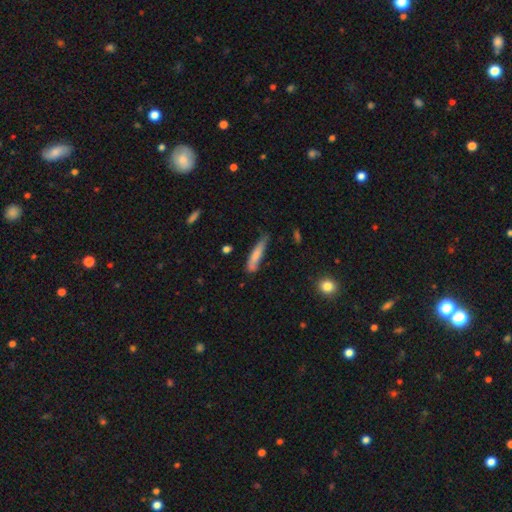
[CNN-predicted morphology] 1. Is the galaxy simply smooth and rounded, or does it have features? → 76% smooth, 18% featured or disk, 6% star or artifact.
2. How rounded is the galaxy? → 85% cigar-shaped, 14% in between, 1% round.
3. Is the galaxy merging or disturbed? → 56% none, 32% minor disturbance, 7% major disturbance, 4% merger.